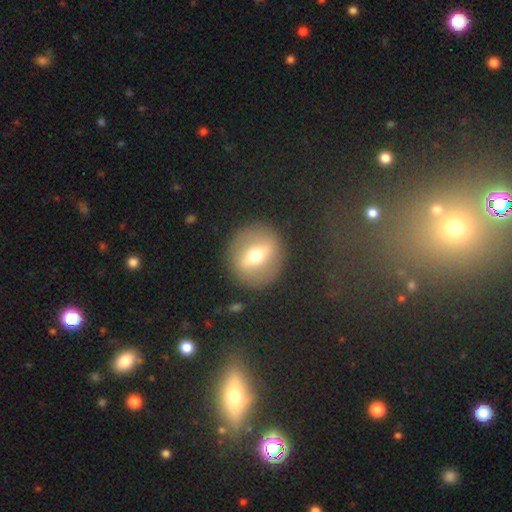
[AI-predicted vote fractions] Smooth or featured? featured or disk (62%)
Edge-on disk? no (66%)
Merging? none (88%)